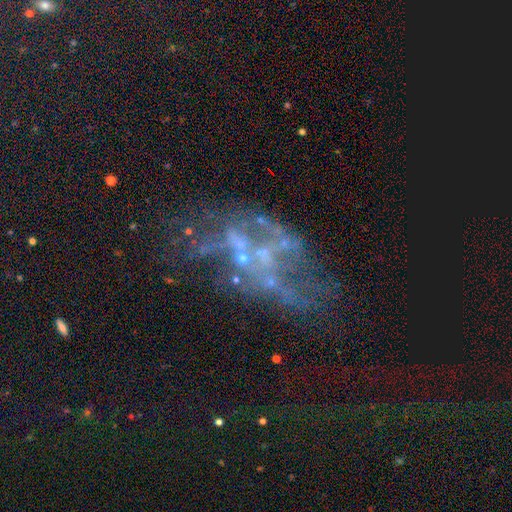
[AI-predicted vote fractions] Smooth or featured?
  - featured or disk: 57% *
  - star or artifact: 30%
  - smooth: 13%
Edge-on disk?
  - no: 95% *
  - yes: 5%
Bar?
  - no: 84% *
  - weak: 11%
  - strong: 5%
Spiral arms?
  - no: 79% *
  - yes: 21%
Bulge size?
  - none: 65% *
  - small: 24%
  - moderate: 8%
  - large: 2%
  - dominant: 1%
Merging?
  - none: 40% *
  - major disturbance: 33%
  - minor disturbance: 16%
  - merger: 12%